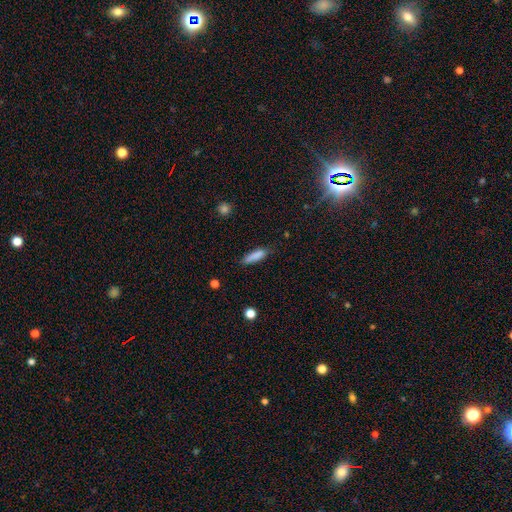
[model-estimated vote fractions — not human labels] This appears to be a smooth galaxy with no disk features (84%) that is cigar-shaped (66%). Merging: none (76%).